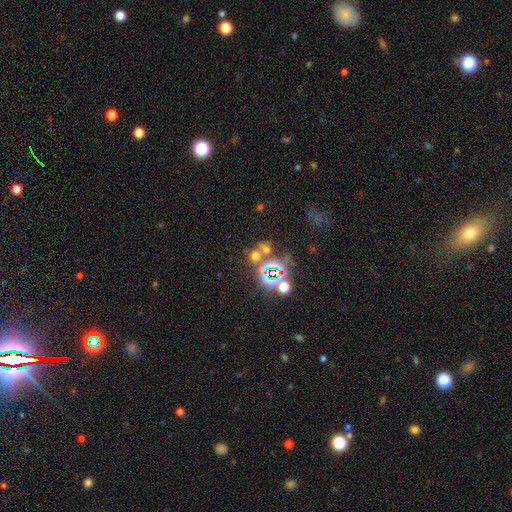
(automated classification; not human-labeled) Smooth or featured? star or artifact (49%)